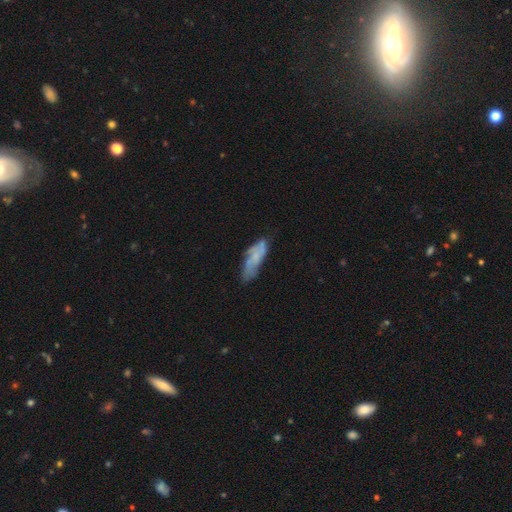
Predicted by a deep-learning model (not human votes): The model was most divided on "smooth or featured": featured or disk: 48%, smooth: 44%, star or artifact: 8%. More confident: merging — none (61%).